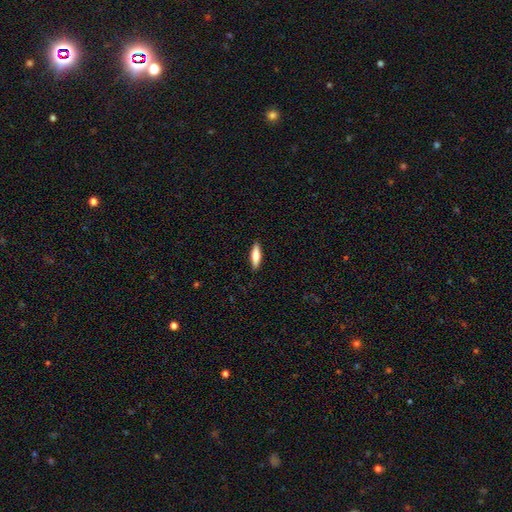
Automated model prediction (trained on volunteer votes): Q: Smooth or featured?
A: smooth (66%); runner-up: featured or disk (29%)
Q: How rounded?
A: cigar-shaped (58%); runner-up: in between (40%)
Q: Merging?
A: none (90%); runner-up: minor disturbance (8%)